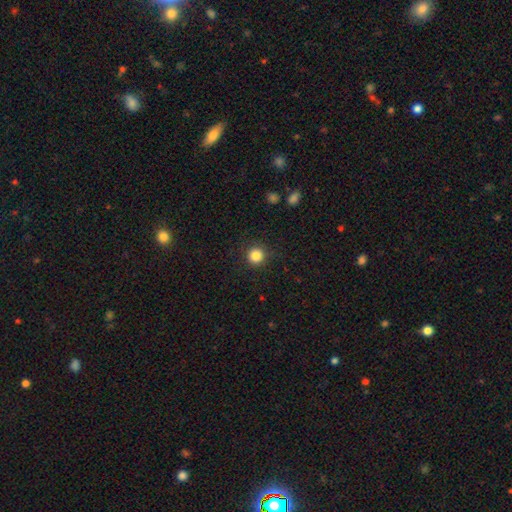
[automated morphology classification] This is clearly a smooth galaxy (85%). How rounded: clearly round (95%). Merging: clearly none (89%).